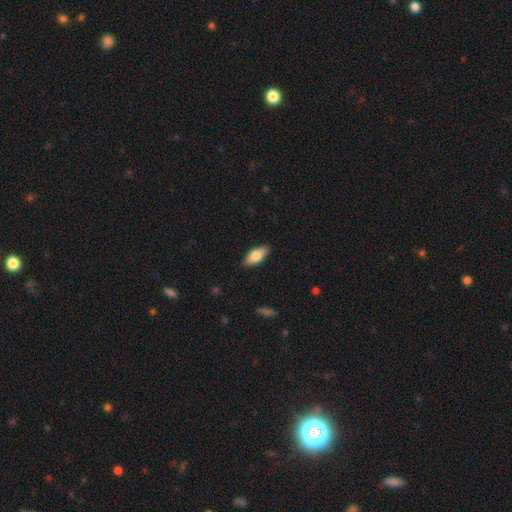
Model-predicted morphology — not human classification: A smooth galaxy with no disk features (74%) that is in between round and cigar-shaped (83%).

Vote fractions:
- Smooth or featured? smooth: 74% / featured or disk: 20% / star or artifact: 6%
- How rounded? in between: 83% / cigar-shaped: 15% / round: 3%
- Merging? none: 88% / minor disturbance: 9% / major disturbance: 2% / merger: 1%